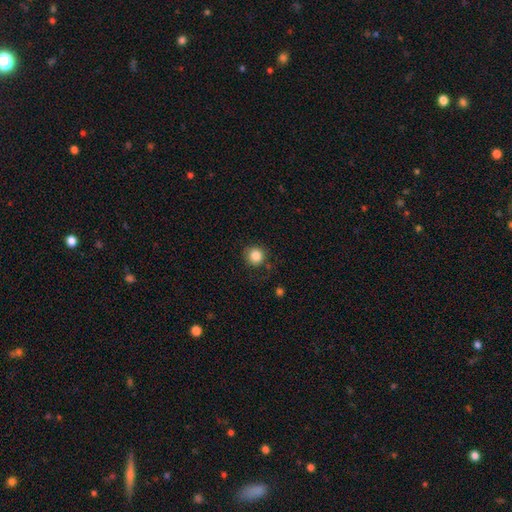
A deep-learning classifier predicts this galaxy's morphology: The model was most divided on "merging": none: 79%, minor disturbance: 15%, major disturbance: 5%, merger: 2%. More confident: how rounded — round (92%); smooth or featured — smooth (86%).